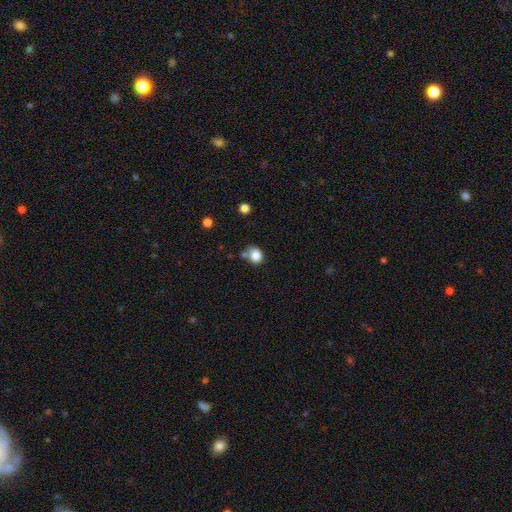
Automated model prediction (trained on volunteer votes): Smooth or featured? Predicted: smooth (p=0.84). How rounded? Predicted: round (p=0.62). Merging? Predicted: none (p=0.58).